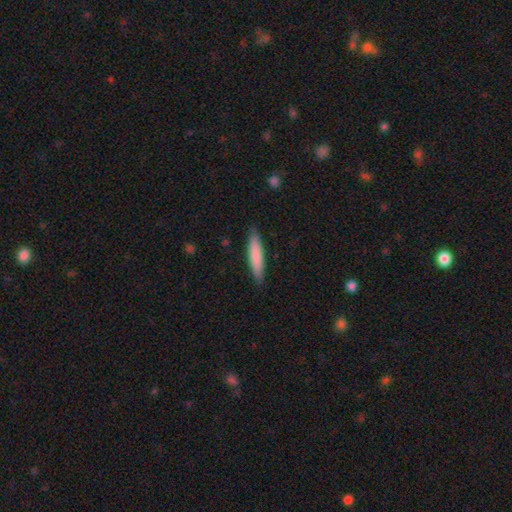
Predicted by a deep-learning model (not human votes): The model was most divided on "smooth or featured": smooth: 80%, featured or disk: 14%, star or artifact: 5%. More confident: merging — none (88%); how rounded — cigar-shaped (87%).